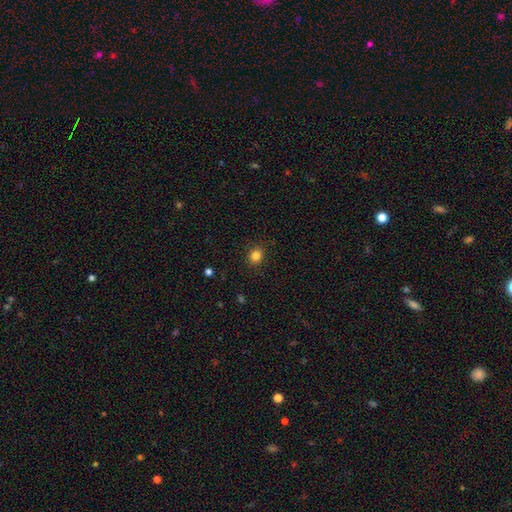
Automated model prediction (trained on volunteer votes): Q: Smooth or featured?
A: smooth (84%); runner-up: star or artifact (12%)
Q: How rounded?
A: round (74%); runner-up: in between (25%)
Q: Merging?
A: none (89%); runner-up: minor disturbance (7%)